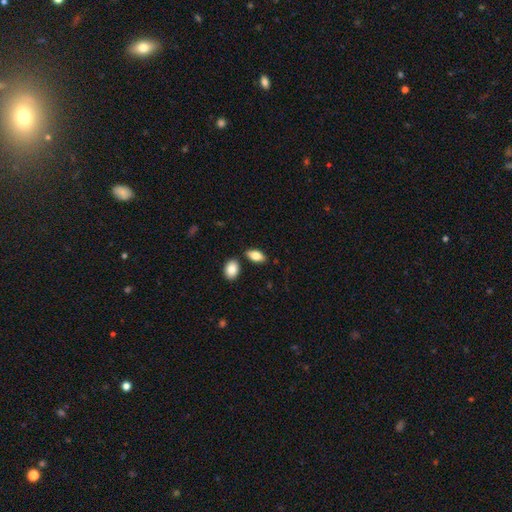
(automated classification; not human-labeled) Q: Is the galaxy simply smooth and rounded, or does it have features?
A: smooth — 81%.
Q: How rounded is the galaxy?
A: in between — 91%.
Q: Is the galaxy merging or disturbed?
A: none — 78%.